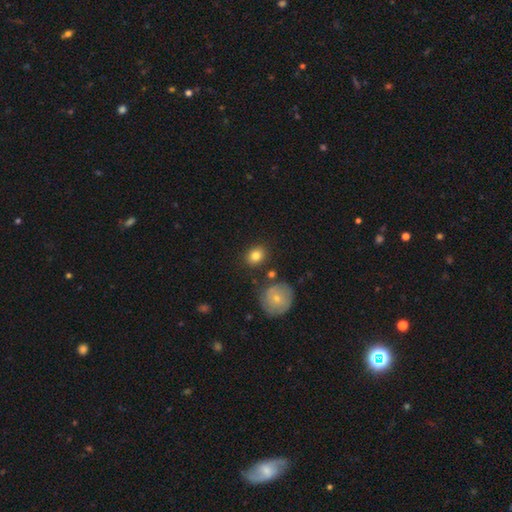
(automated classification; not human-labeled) smooth 81%, featured or disk 10%, star or artifact 9%. Down the decision tree: how rounded — round (61%); merging — none (82%).